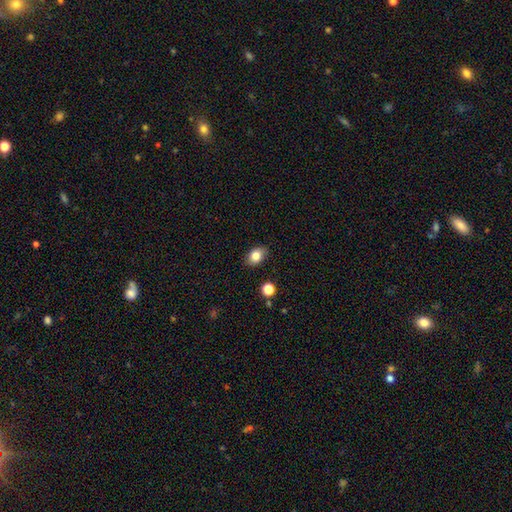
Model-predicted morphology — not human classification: Smooth or featured: smooth — 82% (star or artifact — 9%)
How rounded: in between — 77% (round — 22%)
Merging: none — 86% (minor disturbance — 10%)